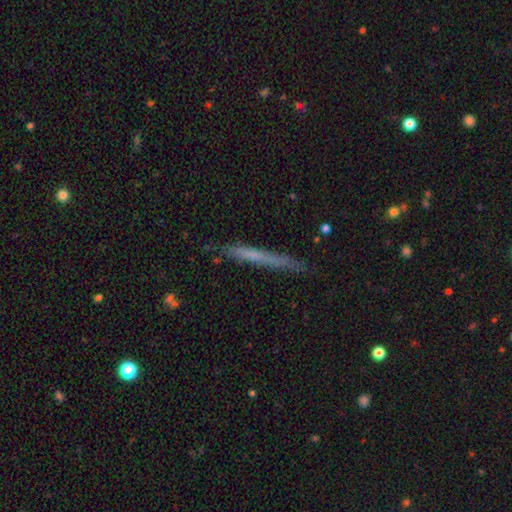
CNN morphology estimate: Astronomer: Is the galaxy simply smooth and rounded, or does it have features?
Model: smooth — 53% (runner-up: featured or disk, 40%).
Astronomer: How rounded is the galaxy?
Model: cigar-shaped — 96%.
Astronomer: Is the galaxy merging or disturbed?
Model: none — 83%.